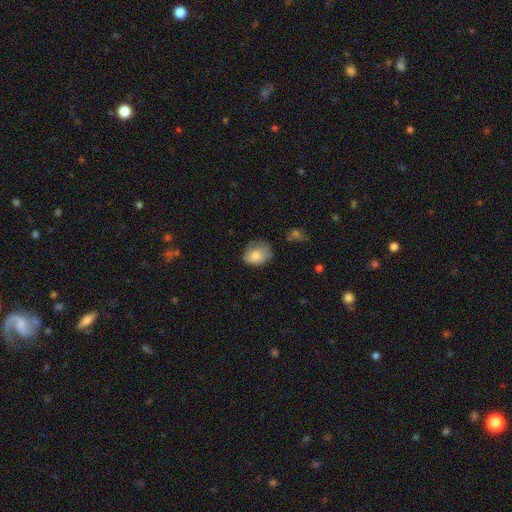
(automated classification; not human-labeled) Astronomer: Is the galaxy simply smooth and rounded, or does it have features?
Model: smooth — 76%.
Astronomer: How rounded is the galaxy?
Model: in between — 60% (runner-up: round, 39%).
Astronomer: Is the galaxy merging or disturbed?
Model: none — 56% (runner-up: minor disturbance, 32%).